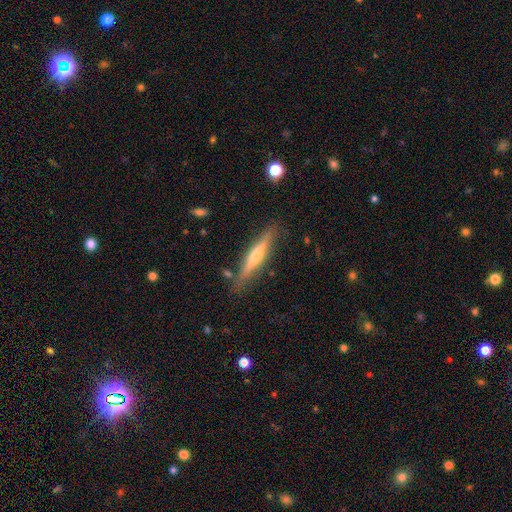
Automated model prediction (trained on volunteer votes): This appears to be a featured or disk galaxy (60%) viewed edge-on (96%) with a rounded central bulge (80%). Merging: none (85%).